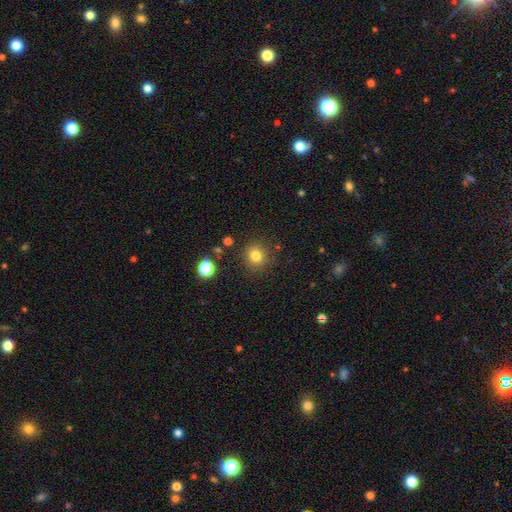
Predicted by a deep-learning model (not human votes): This is clearly a smooth galaxy (81%). How rounded: clearly round (88%). Merging: clearly none (86%).